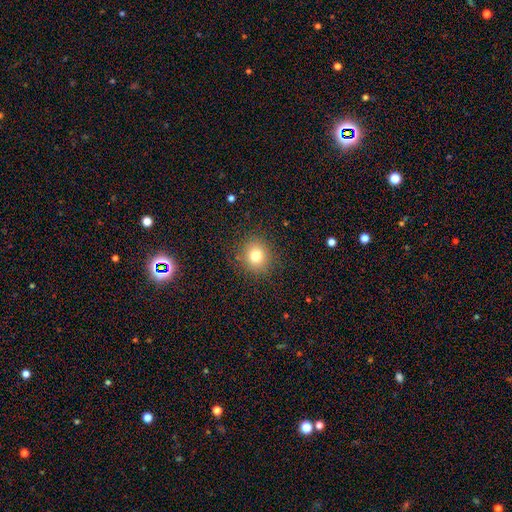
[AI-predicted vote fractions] Q: Smooth or featured?
A: smooth (78%); runner-up: star or artifact (14%)
Q: How rounded?
A: round (84%); runner-up: in between (15%)
Q: Merging?
A: none (87%); runner-up: minor disturbance (8%)